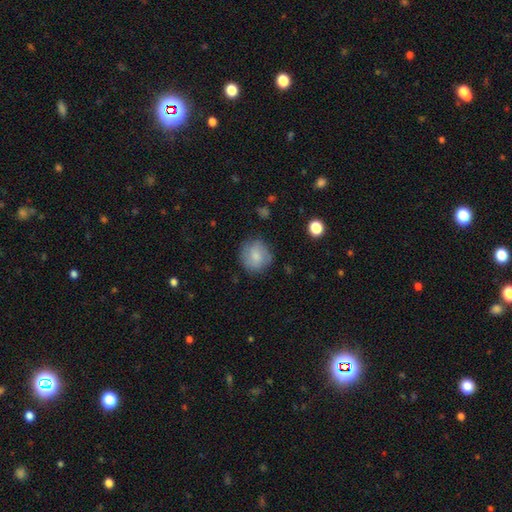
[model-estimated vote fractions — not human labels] smooth_or_featured: smooth (p=0.72) [alt: featured or disk p=0.21]
how_rounded: round (p=0.85) [alt: in between p=0.14]
merging: none (p=0.76) [alt: minor disturbance p=0.18]